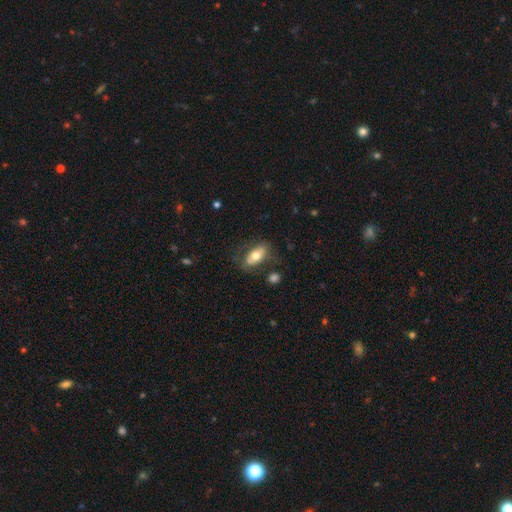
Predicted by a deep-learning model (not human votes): A smooth galaxy with no disk features (62%) that is in between round and cigar-shaped (86%).

Vote fractions:
- Smooth or featured? smooth: 62% / featured or disk: 31% / star or artifact: 6%
- How rounded? in between: 86% / cigar-shaped: 9% / round: 5%
- Merging? none: 68% / minor disturbance: 19% / major disturbance: 9% / merger: 4%